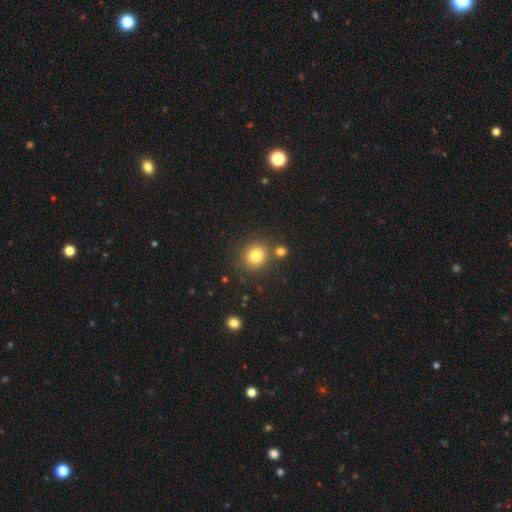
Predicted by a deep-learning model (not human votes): Smooth or featured? smooth (81%)
How rounded? round (84%)
Merging? none (78%)